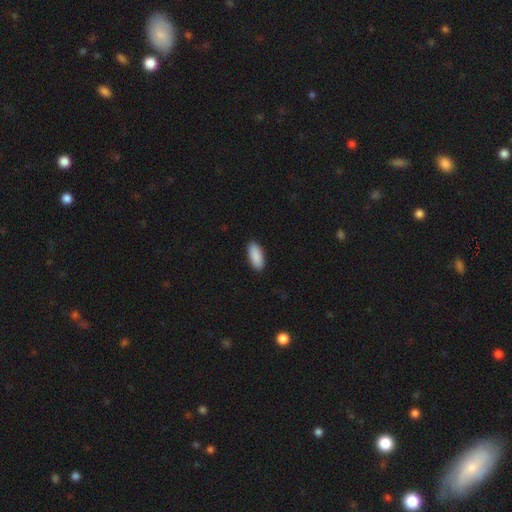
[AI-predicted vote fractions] Q: Smooth or featured?
A: smooth (91%); runner-up: star or artifact (6%)
Q: How rounded?
A: in between (83%); runner-up: cigar-shaped (15%)
Q: Merging?
A: none (91%); runner-up: minor disturbance (7%)